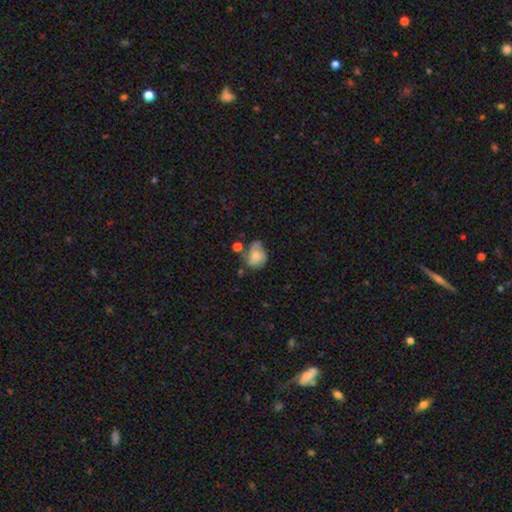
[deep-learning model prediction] smooth 66%, featured or disk 25%, star or artifact 9%. Down the decision tree: how rounded — round (50%); merging — none (37%).